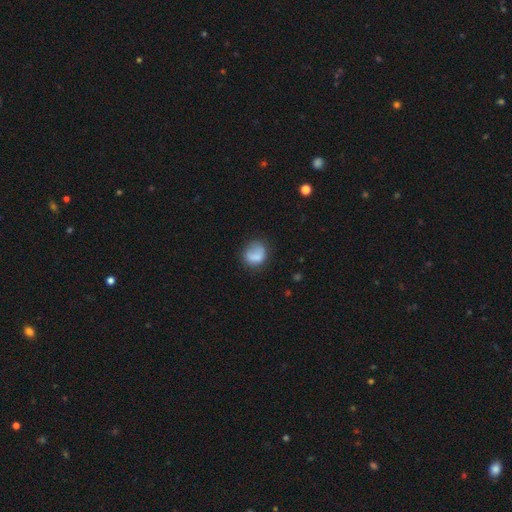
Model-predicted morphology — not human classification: This appears to be a smooth galaxy with no disk features (76%) that is round (67%). Merging: none (54%).